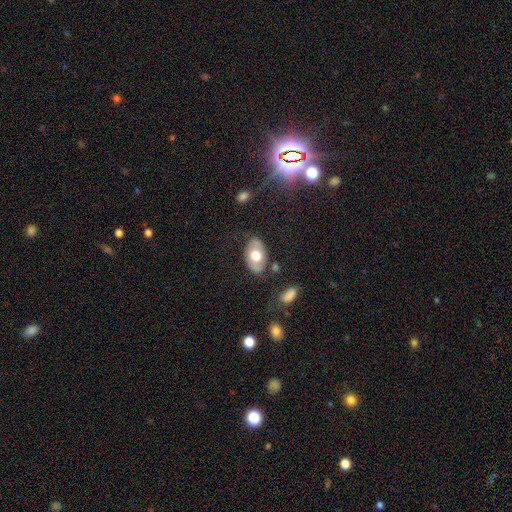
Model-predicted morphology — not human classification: smooth-or-featured: smooth: 57% | featured or disk: 37% | star or artifact: 6%
  how-rounded: in between: 90% | round: 9% | cigar-shaped: 1%
  merging: none: 72% | minor disturbance: 17% | major disturbance: 7% | merger: 4%